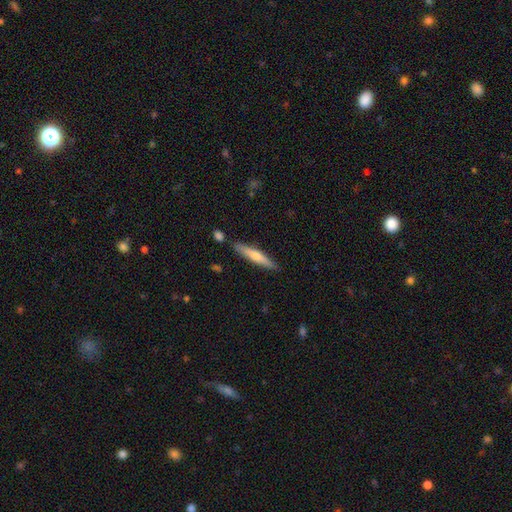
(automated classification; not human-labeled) A smooth galaxy with no disk features (47%, tied with featured or disk). Merging: none (85%).